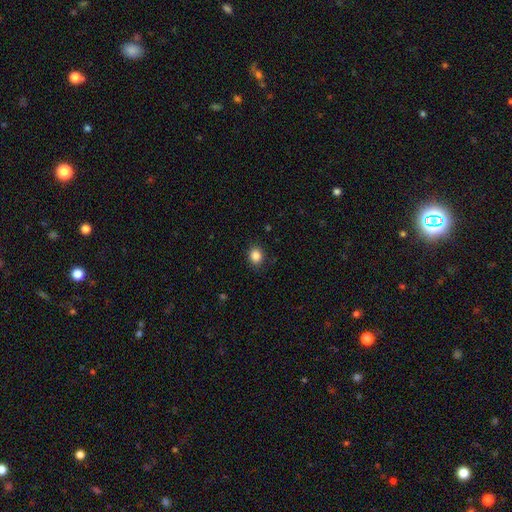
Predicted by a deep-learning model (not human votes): Smooth or featured?
  - smooth: 86% *
  - star or artifact: 10%
  - featured or disk: 4%
How rounded?
  - round: 64% *
  - in between: 35%
  - cigar-shaped: 1%
Merging?
  - none: 87% *
  - minor disturbance: 9%
  - major disturbance: 3%
  - merger: 1%